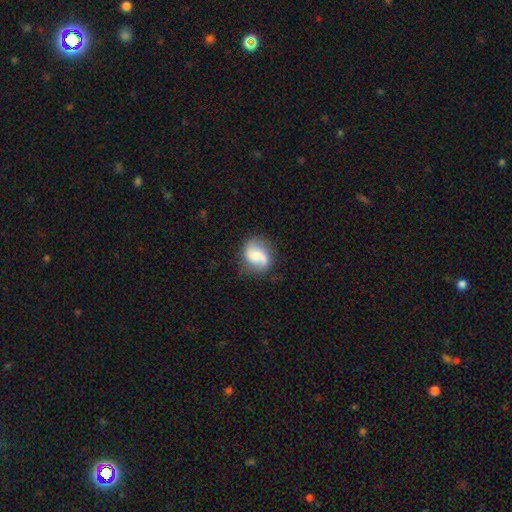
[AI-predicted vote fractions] This appears to be a smooth galaxy with no disk features (46%). Merging: none (65%).